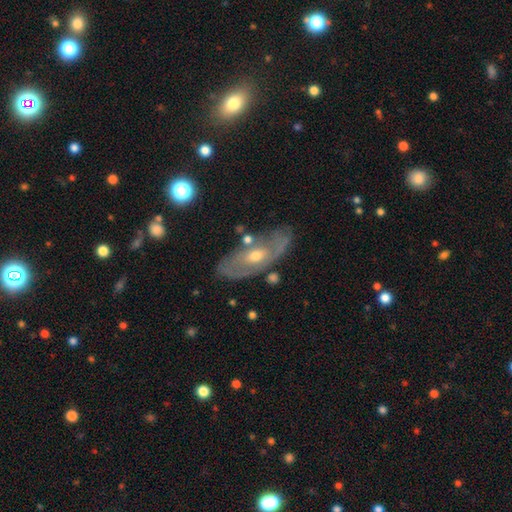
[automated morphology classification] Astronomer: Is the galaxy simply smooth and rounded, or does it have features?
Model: featured or disk — 70%.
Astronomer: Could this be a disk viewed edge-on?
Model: no — 83%.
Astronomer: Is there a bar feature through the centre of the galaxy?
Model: no — 72%.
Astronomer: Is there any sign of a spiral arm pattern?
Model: yes — 56% (runner-up: no, 44%).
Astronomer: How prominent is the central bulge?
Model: moderate — 62%.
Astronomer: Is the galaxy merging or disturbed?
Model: none — 69%.